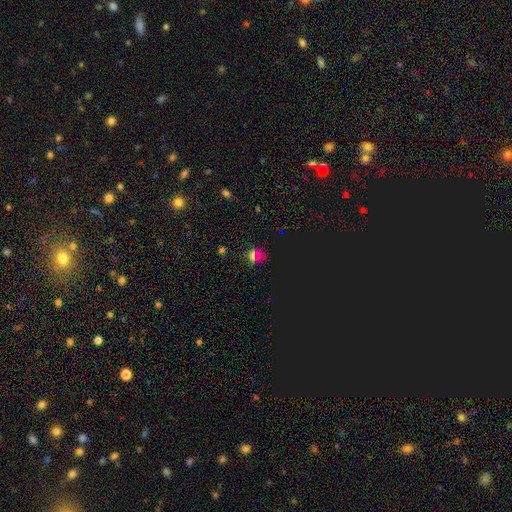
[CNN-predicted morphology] smooth_or_featured: star or artifact (p=0.46) [alt: smooth p=0.45]